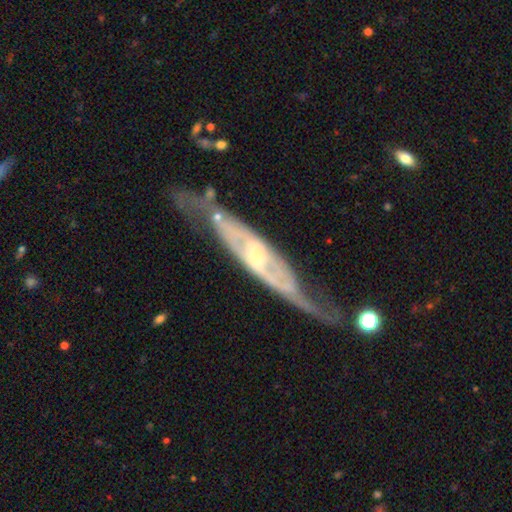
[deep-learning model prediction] smooth_or_featured: featured or disk (p=0.84) [alt: smooth p=0.10]
disk_edge_on: no (p=0.57) [alt: yes p=0.43]
merging: none (p=0.54) [alt: minor disturbance p=0.23]